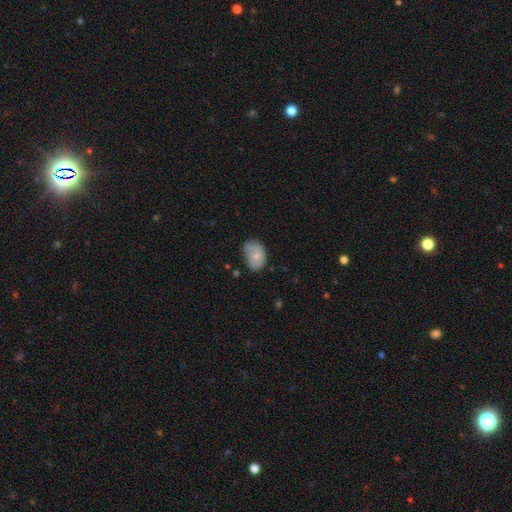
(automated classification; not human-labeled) smooth_or_featured: smooth (p=0.70) [alt: featured or disk p=0.23]
how_rounded: in between (p=0.81) [alt: round p=0.18]
merging: none (p=0.46) [alt: minor disturbance p=0.38]